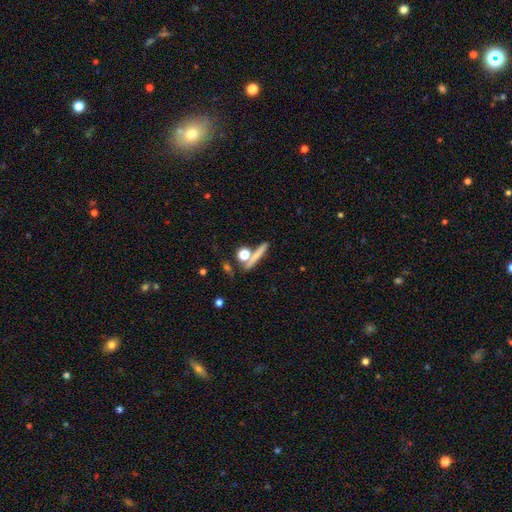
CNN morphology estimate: Q: Smooth or featured?
A: smooth (65%); runner-up: featured or disk (23%)
Q: How rounded?
A: cigar-shaped (60%); runner-up: round (26%)
Q: Merging?
A: none (68%); runner-up: merger (16%)